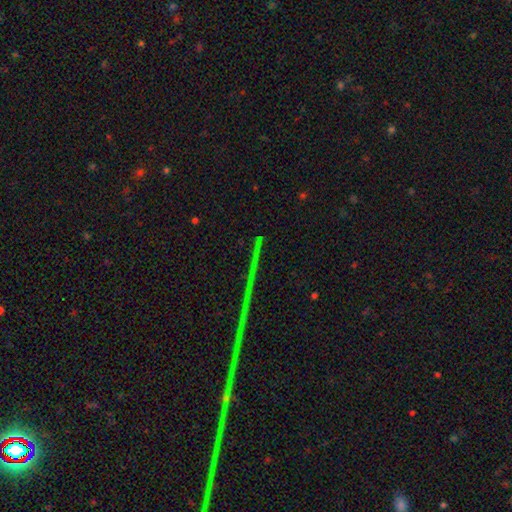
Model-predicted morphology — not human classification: Overall: star or artifact (83%).